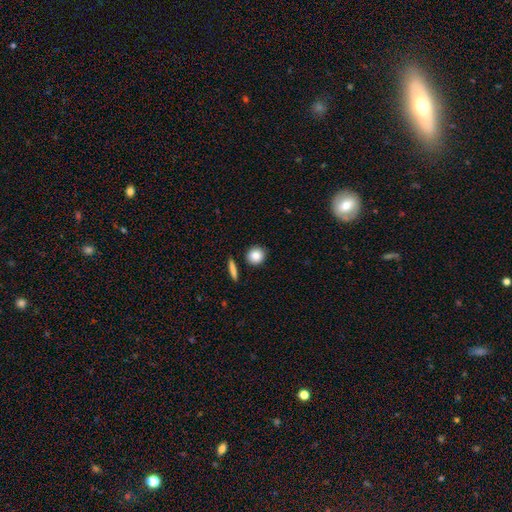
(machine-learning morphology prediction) smooth 86%, star or artifact 8%, featured or disk 6%. Down the decision tree: how rounded — round (87%); merging — none (87%).